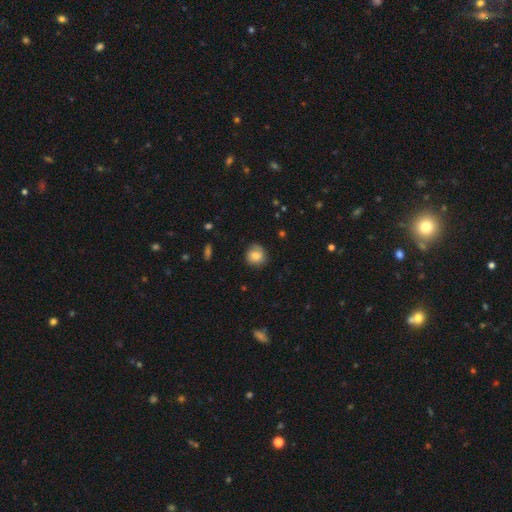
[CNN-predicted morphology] This appears to be a smooth galaxy with no disk features (81%) that is round (86%). Merging: none (77%).